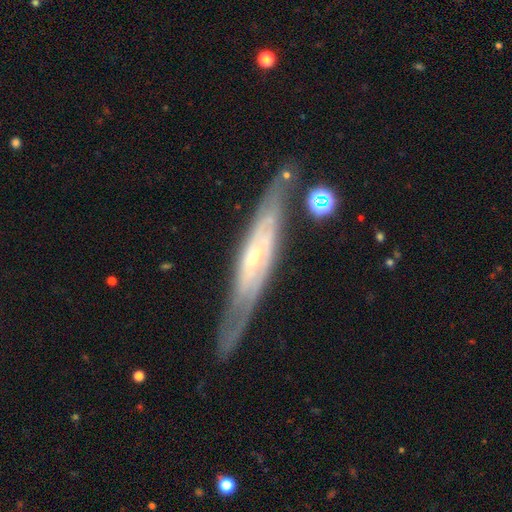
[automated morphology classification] type=featured or disk (78%); edge-on=yes (57%); merging=none (75%).